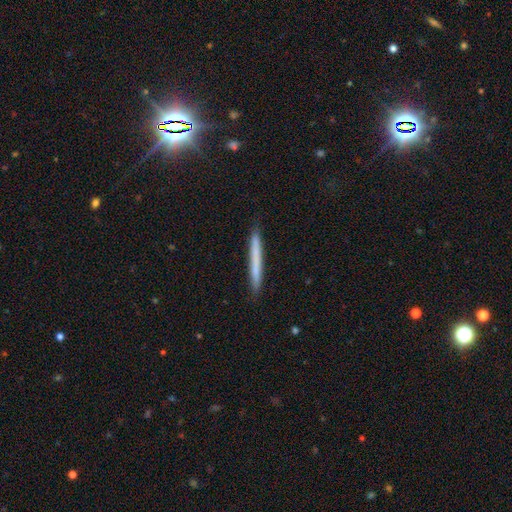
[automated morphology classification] This appears to be a smooth galaxy with no disk features (64%) that is cigar-shaped (97%). Merging: none (90%).